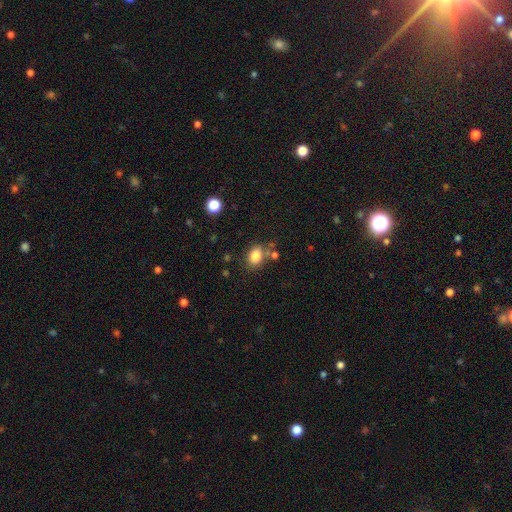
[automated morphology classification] smooth_or_featured: smooth (p=0.83) [alt: star or artifact p=0.10]
how_rounded: in between (p=0.69) [alt: round p=0.30]
merging: none (p=0.69) [alt: minor disturbance p=0.15]